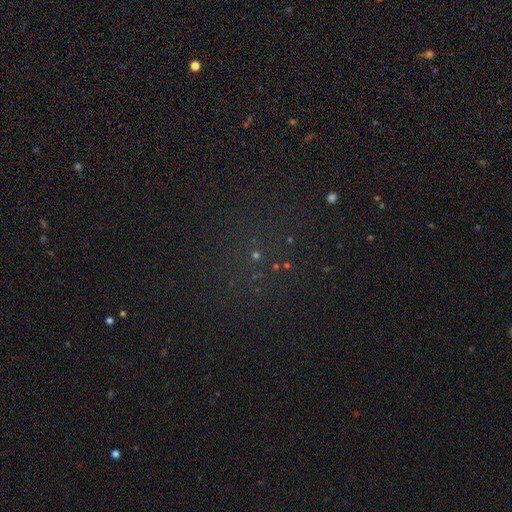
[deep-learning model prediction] star or artifact 66%, smooth 23%, featured or disk 11%.